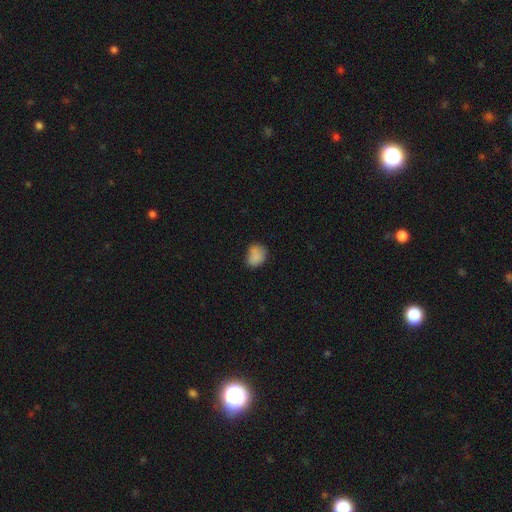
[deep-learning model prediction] A smooth galaxy with no disk features (84%) that is in between round and cigar-shaped (55%).

Vote fractions:
- Smooth or featured? smooth: 84% / star or artifact: 10% / featured or disk: 6%
- How rounded? in between: 55% / round: 44% / cigar-shaped: 1%
- Merging? none: 64% / minor disturbance: 27% / major disturbance: 6% / merger: 3%